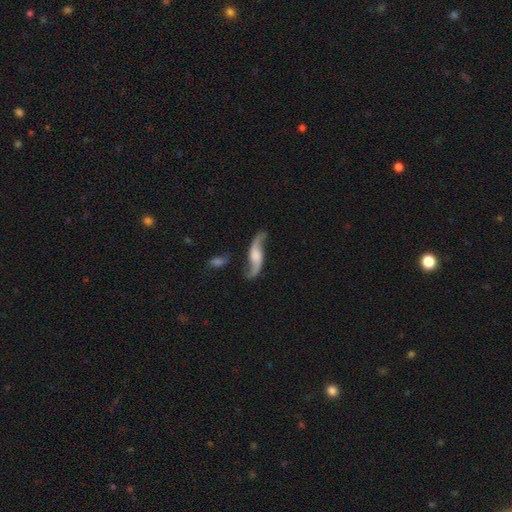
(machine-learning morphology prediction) Smooth or featured: featured or disk — 83% (smooth — 11%)
Edge-on disk: no — 87% (yes — 13%)
Bar: no — 55% (weak — 34%)
Spiral arms: yes — 95% (no — 5%)
Spiral winding: loose — 88% (medium — 9%)
Spiral arm count: 2 — 93% (1 — 2%)
Bulge size: none — 28% (tied with moderate — 28%)
Merging: none — 70% (minor disturbance — 16%)